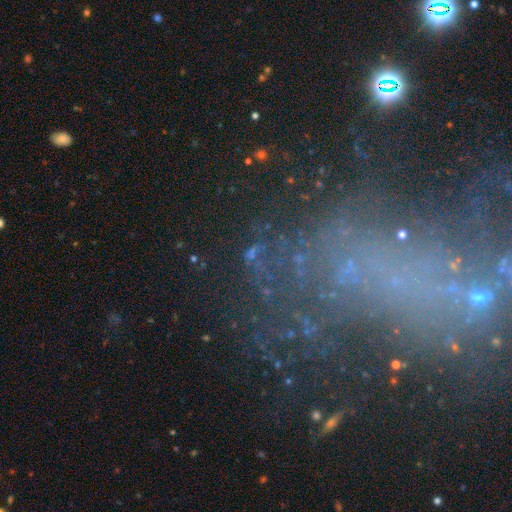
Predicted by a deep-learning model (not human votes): Overall: star or artifact (45%; featured or disk 37%).